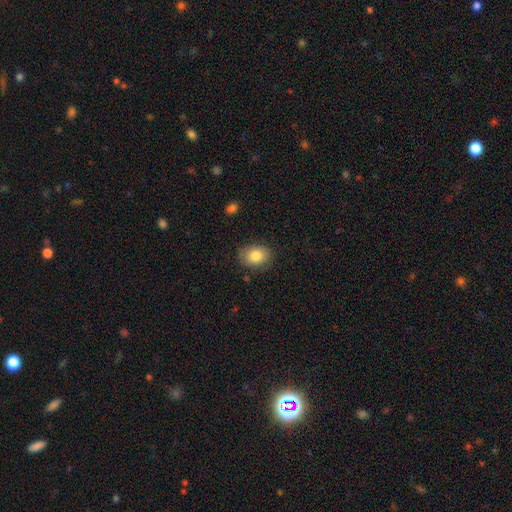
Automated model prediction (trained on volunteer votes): Smooth or featured: smooth — 82% (featured or disk — 11%)
How rounded: in between — 69% (round — 30%)
Merging: none — 82% (minor disturbance — 13%)